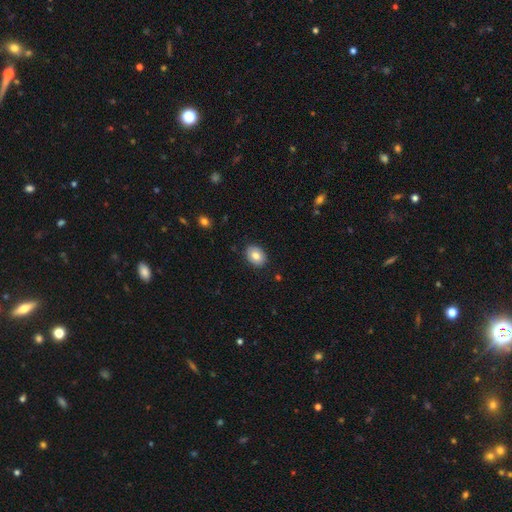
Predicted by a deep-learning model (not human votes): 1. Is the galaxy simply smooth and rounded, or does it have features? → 80% smooth, 13% featured or disk, 8% star or artifact.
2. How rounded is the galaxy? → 63% in between, 36% round, 1% cigar-shaped.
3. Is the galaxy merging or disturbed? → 88% none, 9% minor disturbance, 2% major disturbance, 1% merger.